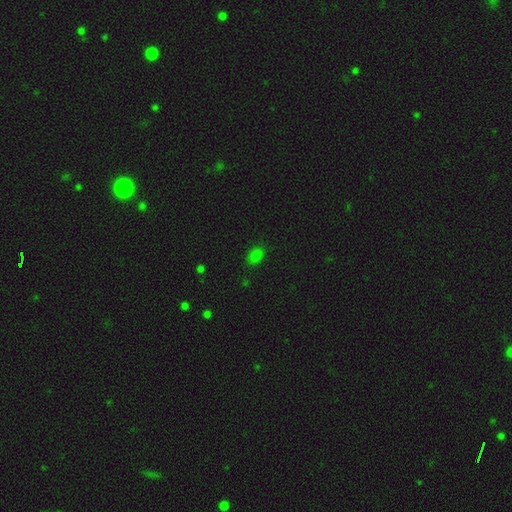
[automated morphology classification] Q: Smooth or featured?
A: smooth (78%); runner-up: star or artifact (17%)
Q: How rounded?
A: in between (76%); runner-up: round (22%)
Q: Merging?
A: none (84%); runner-up: minor disturbance (12%)